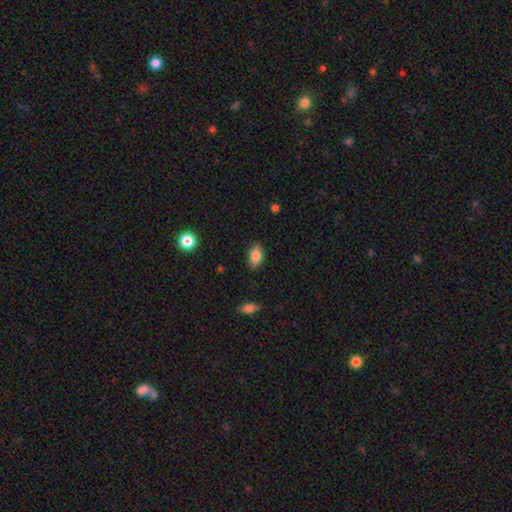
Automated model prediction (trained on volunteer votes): smooth_or_featured: smooth (p=0.82) [alt: featured or disk p=0.10]
how_rounded: in between (p=0.89) [alt: round p=0.08]
merging: none (p=0.83) [alt: minor disturbance p=0.13]